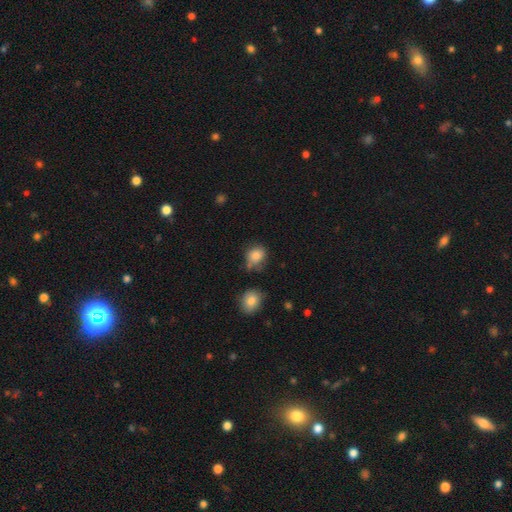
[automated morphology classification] Smooth or featured: smooth — 83% (star or artifact — 10%)
How rounded: round — 64% (in between — 35%)
Merging: none — 58% (minor disturbance — 25%)